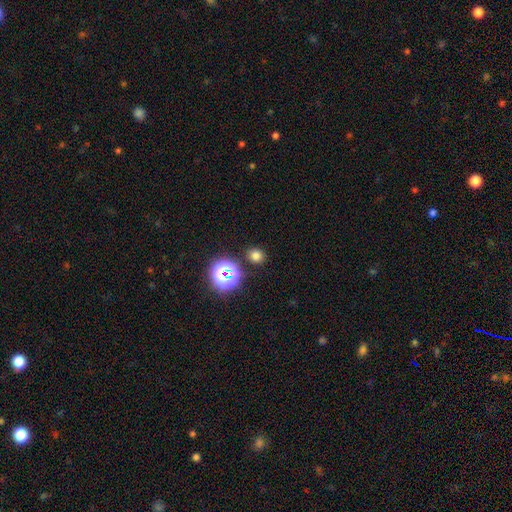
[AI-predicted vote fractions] Smooth or featured?
  - smooth: 71% *
  - star or artifact: 23%
  - featured or disk: 6%
How rounded?
  - round: 78% *
  - in between: 21%
  - cigar-shaped: 1%
Merging?
  - none: 86% *
  - minor disturbance: 8%
  - merger: 4%
  - major disturbance: 3%